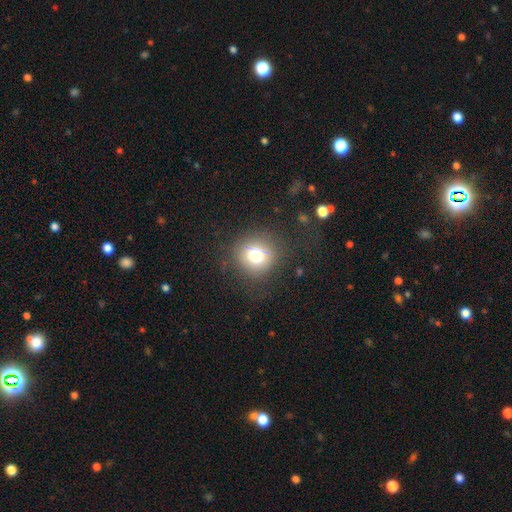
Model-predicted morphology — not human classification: A smooth galaxy with no disk features (74%) that is round (88%). Merging: none (82%).